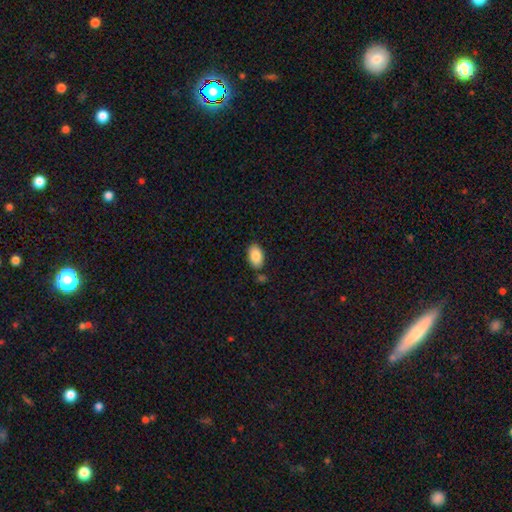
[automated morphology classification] Q: Smooth or featured?
A: smooth (88%); runner-up: star or artifact (7%)
Q: How rounded?
A: in between (93%); runner-up: round (5%)
Q: Merging?
A: none (80%); runner-up: minor disturbance (12%)